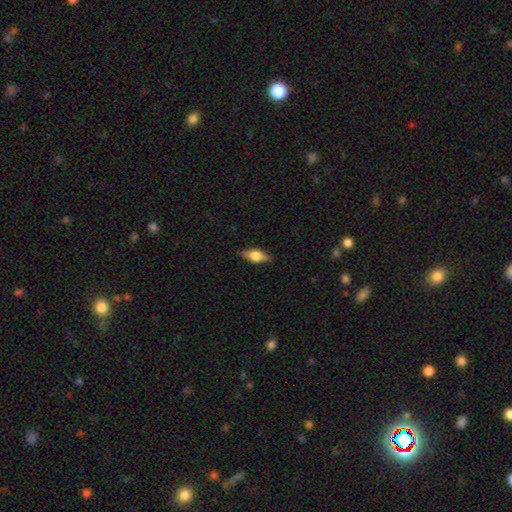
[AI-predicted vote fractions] The model was most divided on "smooth or featured": featured or disk: 48%, smooth: 44%, star or artifact: 8%. More confident: merging — none (85%).